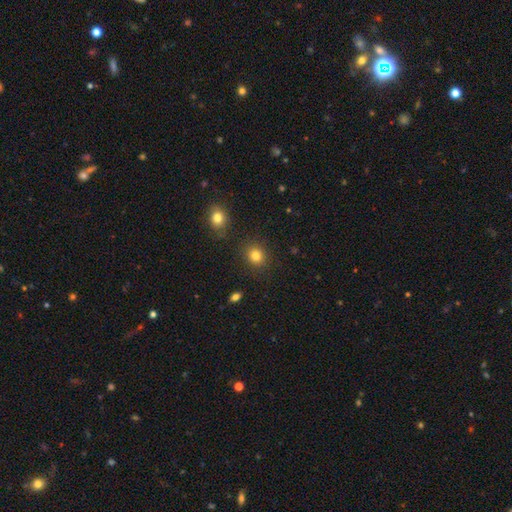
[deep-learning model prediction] smooth-or-featured: smooth: 82% | star or artifact: 12% | featured or disk: 6%
  how-rounded: round: 77% | in between: 22% | cigar-shaped: 1%
  merging: none: 88% | minor disturbance: 7% | merger: 3% | major disturbance: 3%